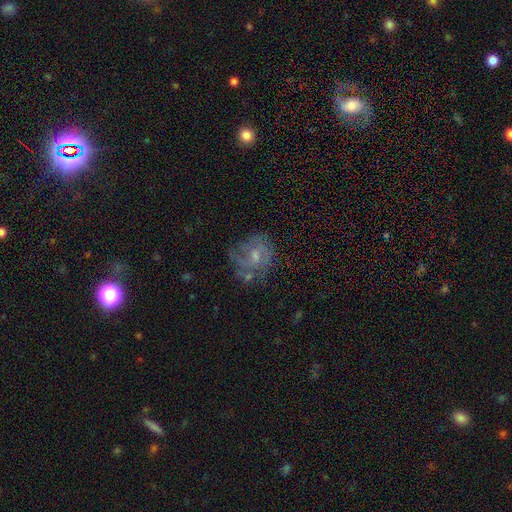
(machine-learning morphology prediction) Q: Smooth or featured?
A: featured or disk (65%); runner-up: smooth (24%)
Q: Edge-on disk?
A: no (97%); runner-up: yes (3%)
Q: Bar?
A: no (57%); runner-up: weak (38%)
Q: Spiral arms?
A: yes (78%); runner-up: no (22%)
Q: Bulge size?
A: small (45%); tied with: moderate (45%)
Q: Merging?
A: none (54%); runner-up: minor disturbance (23%)